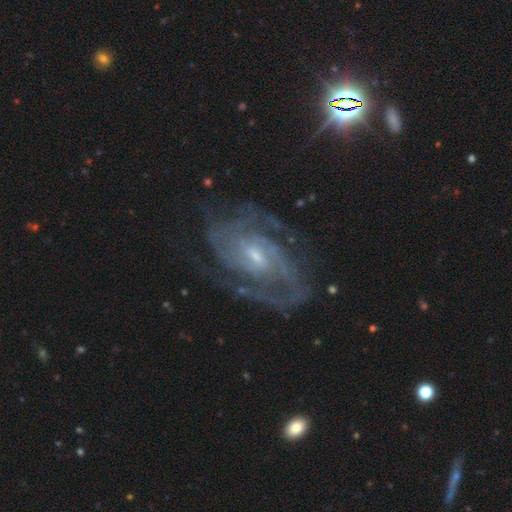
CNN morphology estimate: A featured or disk galaxy (88%) with a weak bar (51%), 2 (42%) tight (56%) spiral arms (97%) and a small central bulge (60%). Merging: none (73%).